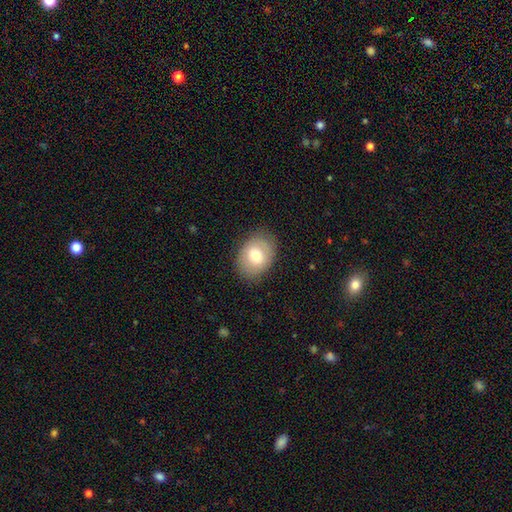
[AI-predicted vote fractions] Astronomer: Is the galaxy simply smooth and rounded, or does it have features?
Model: smooth — 70%.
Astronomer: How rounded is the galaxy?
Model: in between — 61% (runner-up: round, 39%).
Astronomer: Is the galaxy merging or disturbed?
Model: none — 83%.